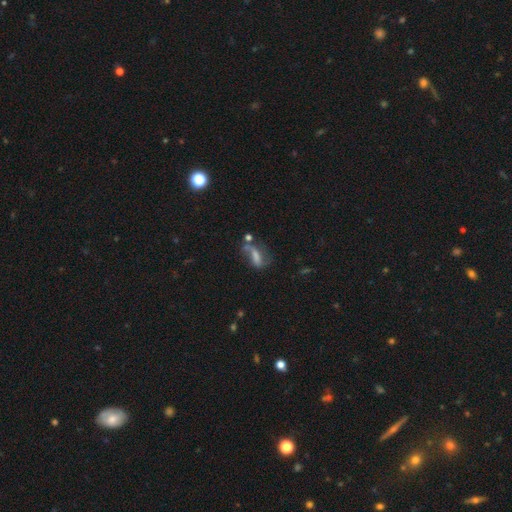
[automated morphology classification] This is marginally a featured or disk galaxy (44%). Merging: marginally none (34%).